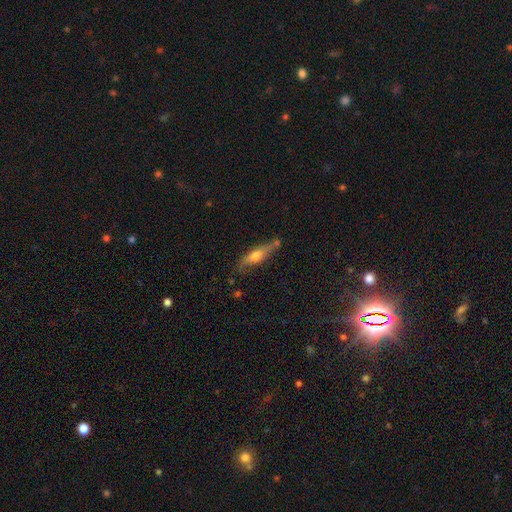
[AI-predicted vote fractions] The model was most divided on "smooth or featured": smooth: 52%, featured or disk: 41%, star or artifact: 7%. More confident: how rounded — cigar-shaped (69%); merging — none (61%).